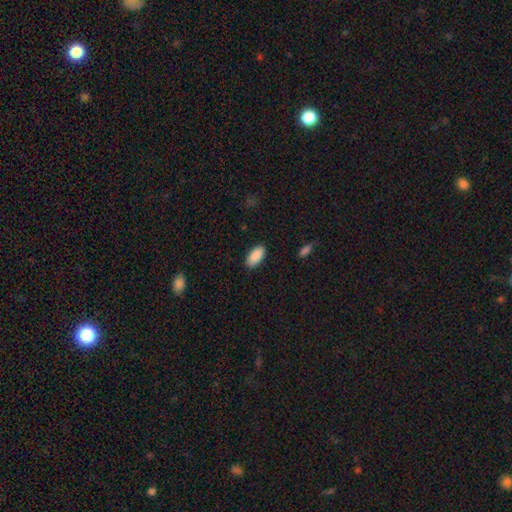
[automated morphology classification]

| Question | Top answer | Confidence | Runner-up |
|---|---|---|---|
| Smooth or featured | smooth | 90% | star or artifact (6%) |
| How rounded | in between | 92% | cigar-shaped (6%) |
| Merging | none | 88% | minor disturbance (9%) |